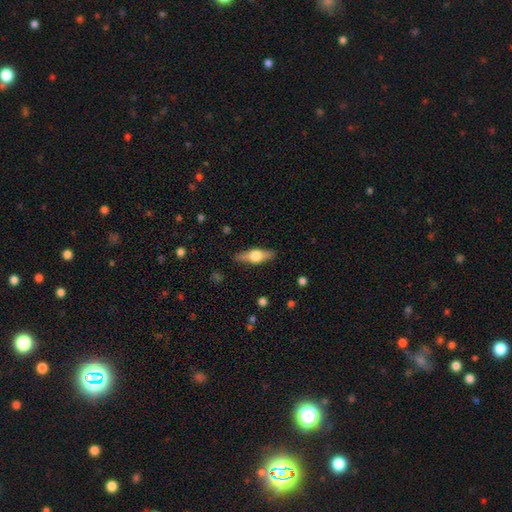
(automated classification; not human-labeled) A featured or disk galaxy (54%) viewed edge-on (92%). Merging: none (86%).